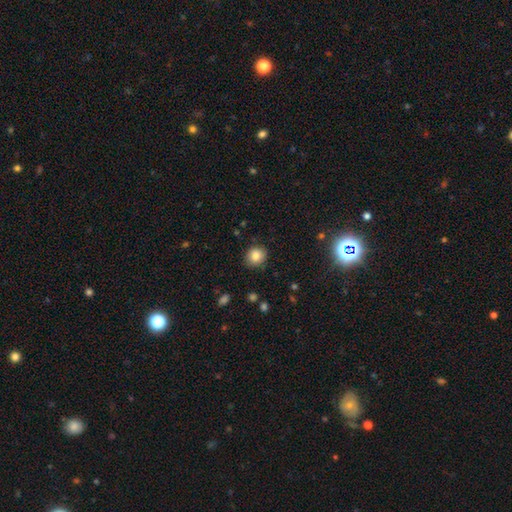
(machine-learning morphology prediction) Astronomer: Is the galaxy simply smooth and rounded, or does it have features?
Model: smooth — 83%.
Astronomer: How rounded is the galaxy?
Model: round — 81%.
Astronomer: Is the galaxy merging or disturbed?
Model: none — 87%.